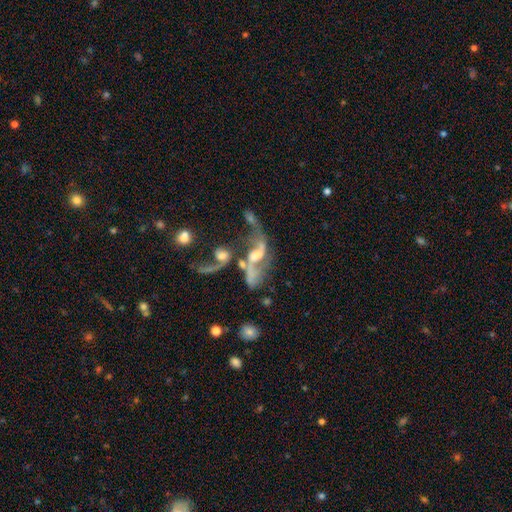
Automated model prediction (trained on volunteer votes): Smooth or featured? Predicted: featured or disk (p=0.62). Edge-on disk? Predicted: no (p=0.85). Bar? Predicted: no (p=0.62). Spiral arms? Predicted: yes (p=0.54). Bulge size? Predicted: moderate (p=0.41). Merging? Predicted: merger (p=0.42).